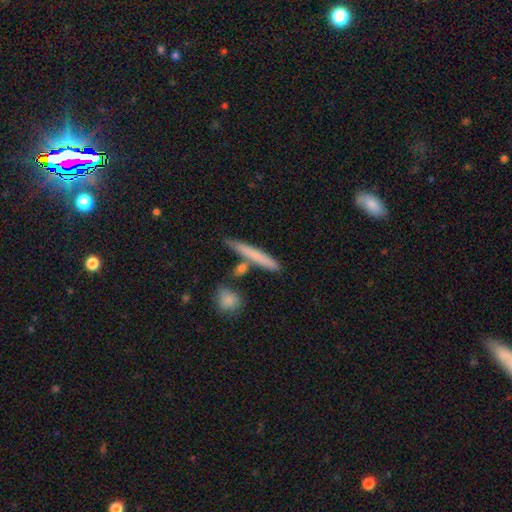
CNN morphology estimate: This appears to be a smooth galaxy with no disk features (69%) that is cigar-shaped (93%). Merging: none (77%).